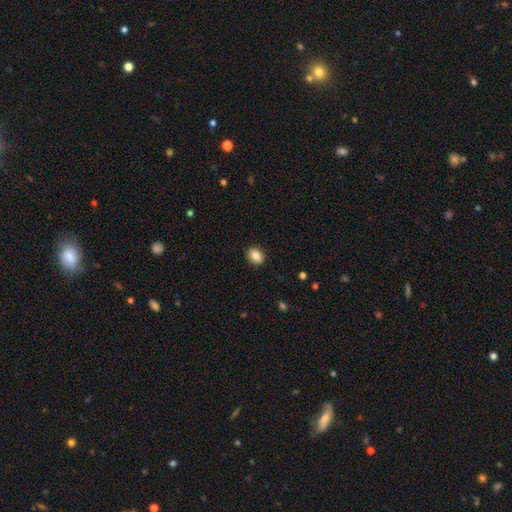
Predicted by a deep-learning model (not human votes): Overall: smooth (85%). How rounded: in between (57%; round 42%). Merging: none (90%).